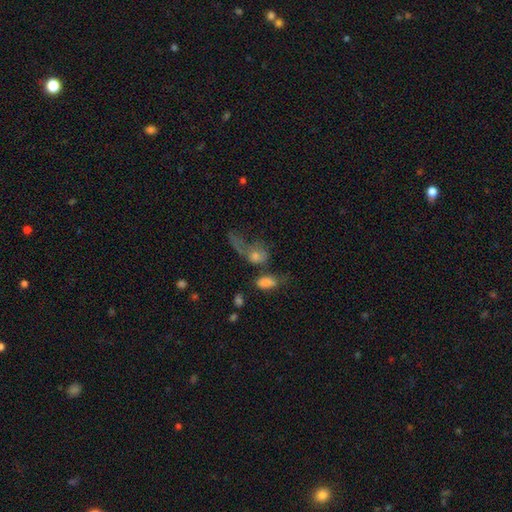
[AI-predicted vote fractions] A smooth galaxy with no disk features (54%) that is in between round and cigar-shaped (64%).

Vote fractions:
- Smooth or featured? smooth: 54% / featured or disk: 28% / star or artifact: 18%
- How rounded? in between: 64% / round: 31% / cigar-shaped: 5%
- Merging? major disturbance: 39% / merger: 28% / none: 21% / minor disturbance: 12%